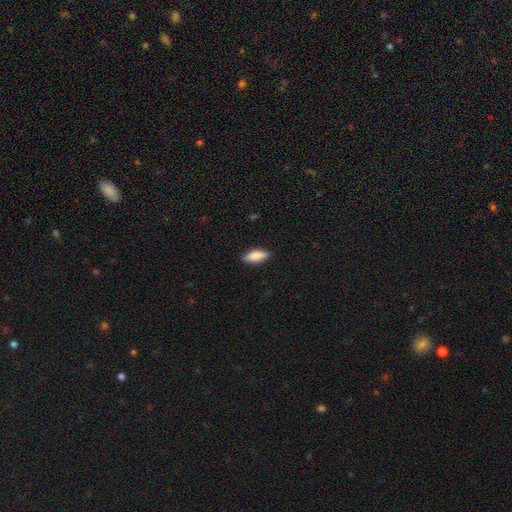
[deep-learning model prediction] The model was most divided on "how rounded": in between: 79%, cigar-shaped: 19%, round: 2%. More confident: merging — none (88%); smooth or featured — smooth (87%).